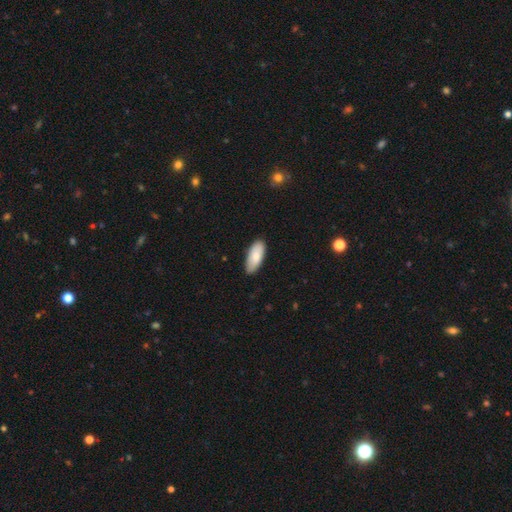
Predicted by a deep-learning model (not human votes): Smooth or featured? Predicted: smooth (p=0.83). How rounded? Predicted: in between (p=0.86). Merging? Predicted: none (p=0.85).